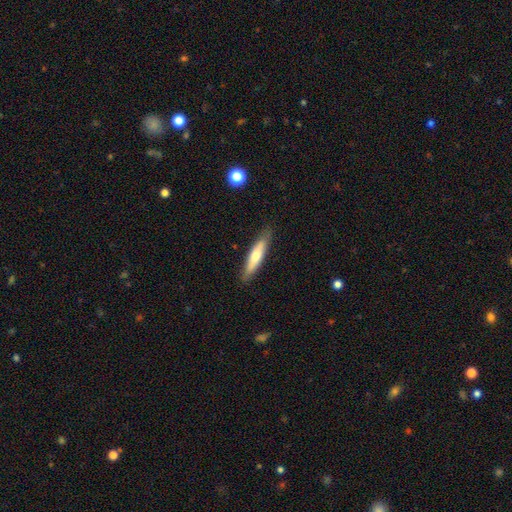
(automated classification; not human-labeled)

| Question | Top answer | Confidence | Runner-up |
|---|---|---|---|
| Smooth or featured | smooth | 59% | featured or disk (35%) |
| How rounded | cigar-shaped | 81% | in between (18%) |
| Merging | none | 85% | minor disturbance (11%) |